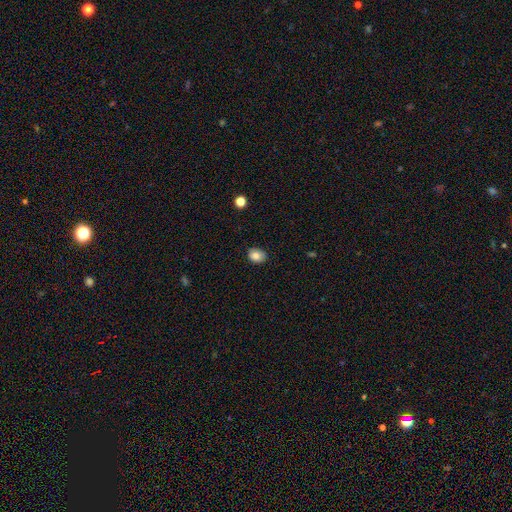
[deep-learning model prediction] Smooth or featured: smooth — 83% (star or artifact — 9%)
How rounded: in between — 59% (round — 40%)
Merging: none — 83% (minor disturbance — 14%)